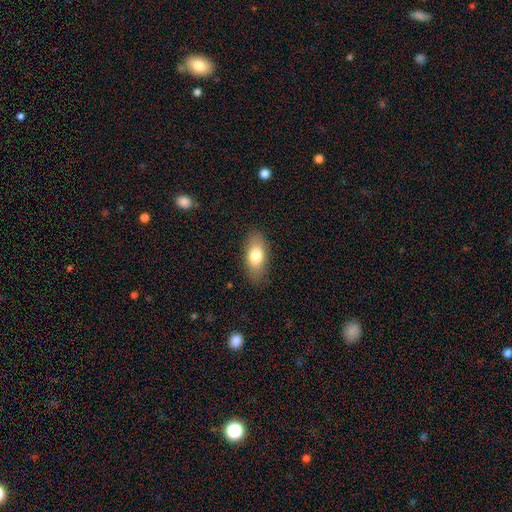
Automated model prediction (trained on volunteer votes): Smooth or featured?
  - smooth: 77% *
  - featured or disk: 16%
  - star or artifact: 7%
How rounded?
  - in between: 87% *
  - cigar-shaped: 9%
  - round: 4%
Merging?
  - none: 86% *
  - minor disturbance: 11%
  - major disturbance: 3%
  - merger: 1%